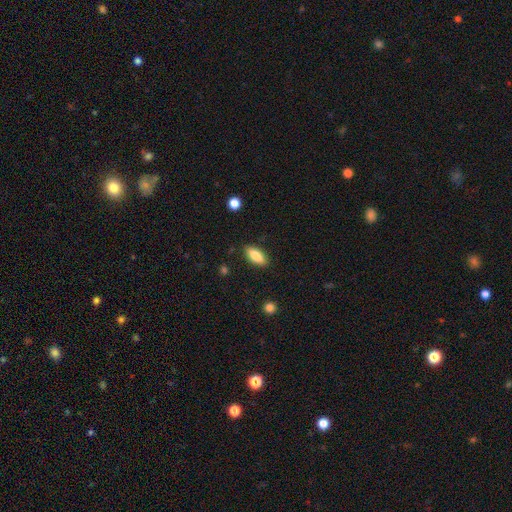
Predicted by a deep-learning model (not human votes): smooth_or_featured: smooth (p=0.84) [alt: featured or disk p=0.09]
how_rounded: in between (p=0.81) [alt: cigar-shaped p=0.17]
merging: none (p=0.87) [alt: minor disturbance p=0.10]